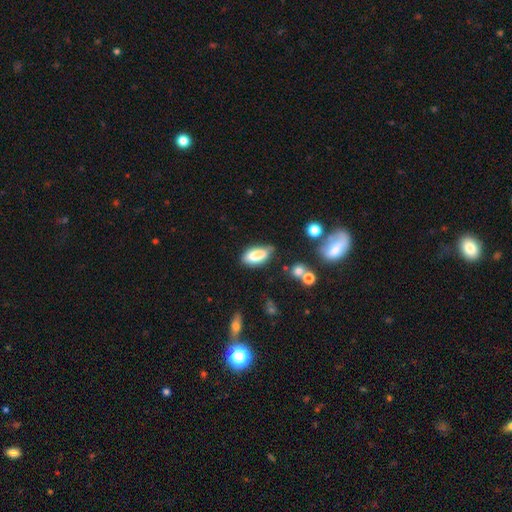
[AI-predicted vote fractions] Q: Smooth or featured?
A: smooth (79%); runner-up: featured or disk (12%)
Q: How rounded?
A: in between (88%); runner-up: cigar-shaped (9%)
Q: Merging?
A: none (61%); runner-up: minor disturbance (27%)